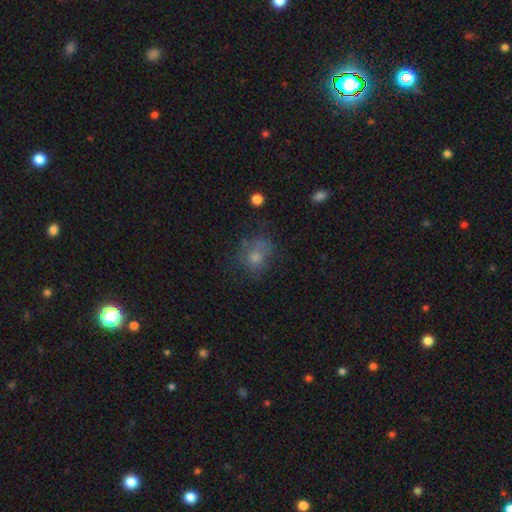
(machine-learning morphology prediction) Smooth or featured?
  - smooth: 65% *
  - featured or disk: 21%
  - star or artifact: 15%
How rounded?
  - round: 60% *
  - in between: 39%
  - cigar-shaped: 1%
Merging?
  - none: 48% *
  - minor disturbance: 24%
  - major disturbance: 21%
  - merger: 7%